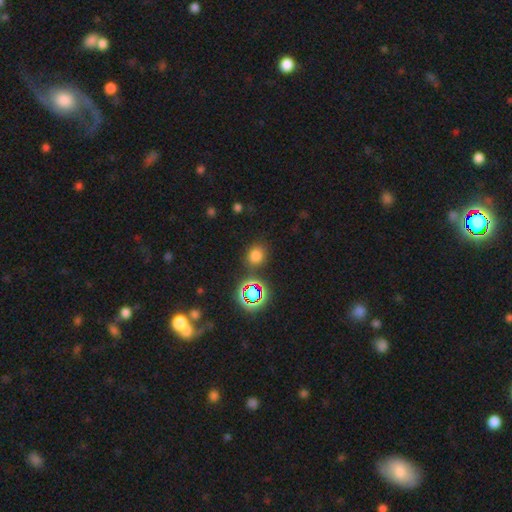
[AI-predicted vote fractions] smooth 71%, star or artifact 24%, featured or disk 6%. Down the decision tree: how rounded — round (77%); merging — none (82%).